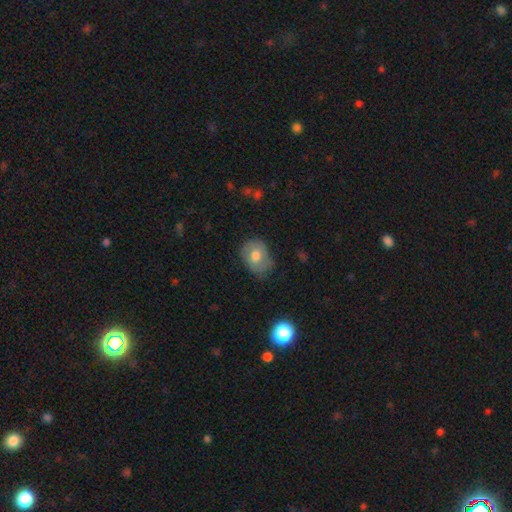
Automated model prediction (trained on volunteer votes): Morphology: type=smooth (69%); roundness=in between (56%); merging=none (63%).